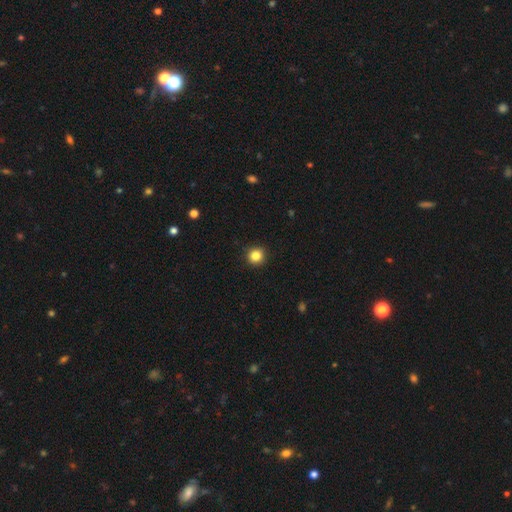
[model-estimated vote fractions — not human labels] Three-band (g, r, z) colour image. It shows a smooth galaxy with no disk features (84%) that is round (94%). Merging: none (92%).